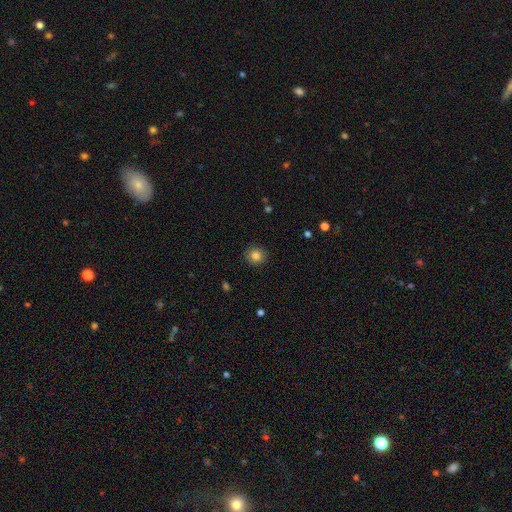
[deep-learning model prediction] Smooth or featured: smooth — 83% (star or artifact — 11%)
How rounded: round — 89% (in between — 10%)
Merging: none — 90% (minor disturbance — 7%)